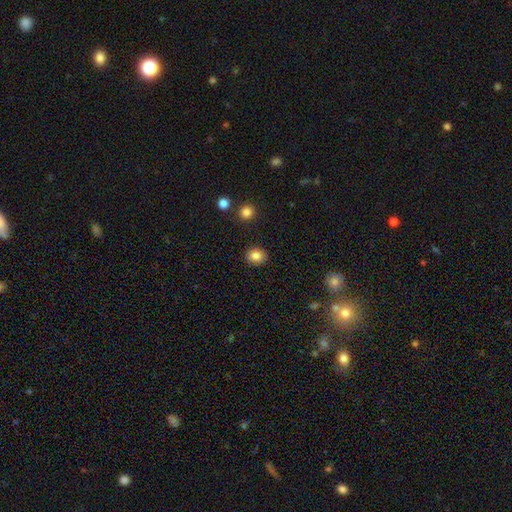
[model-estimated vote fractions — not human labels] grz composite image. It shows a smooth galaxy with no disk features (84%) that is round (66%). Merging: none (89%).